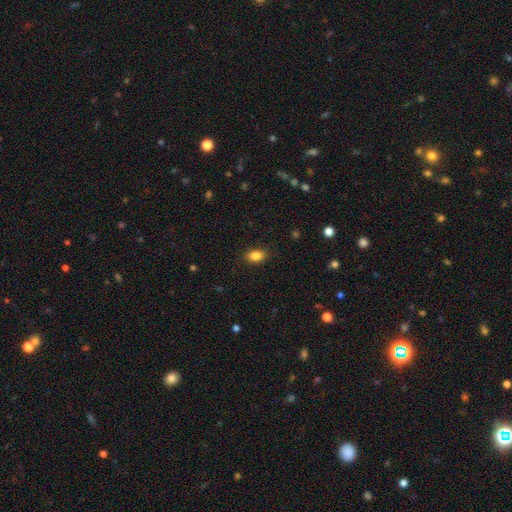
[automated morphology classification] type=smooth (86%); roundness=in between (85%); merging=none (88%).